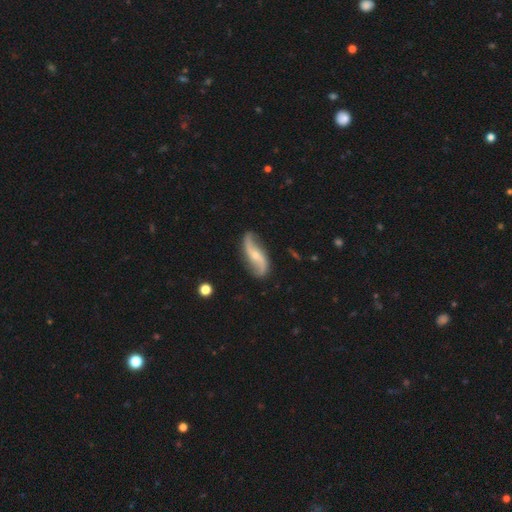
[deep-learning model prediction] Smooth or featured?
  - featured or disk: 86% *
  - smooth: 10%
  - star or artifact: 5%
Edge-on disk?
  - no: 94% *
  - yes: 6%
Bar?
  - no: 53% *
  - weak: 31%
  - strong: 17%
Spiral arms?
  - yes: 95% *
  - no: 5%
Spiral winding?
  - loose: 86% *
  - medium: 10%
  - tight: 4%
Spiral arm count?
  - 2: 94% *
  - can't tell: 2%
  - 1: 1%
  - 3: 1%
  - 4: 1%
  - more than 4: 1%
Bulge size?
  - small: 66% *
  - moderate: 28%
  - none: 3%
  - large: 2%
  - dominant: 1%
Merging?
  - none: 81% *
  - minor disturbance: 13%
  - major disturbance: 4%
  - merger: 2%